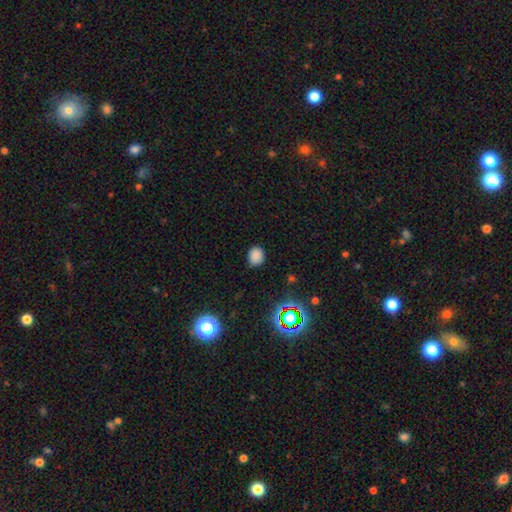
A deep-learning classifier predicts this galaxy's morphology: Smooth or featured?
  - smooth: 80% *
  - star or artifact: 16%
  - featured or disk: 4%
How rounded?
  - round: 63% *
  - in between: 36%
  - cigar-shaped: 1%
Merging?
  - none: 82% *
  - minor disturbance: 14%
  - major disturbance: 3%
  - merger: 1%